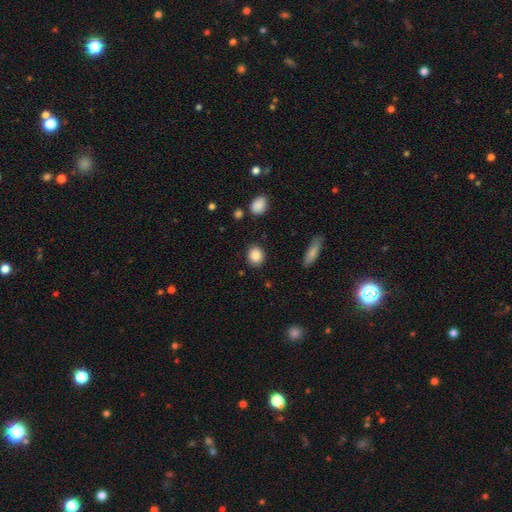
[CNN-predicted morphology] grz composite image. It shows a smooth galaxy with no disk features (88%) that is round (70%). Merging: none (87%).